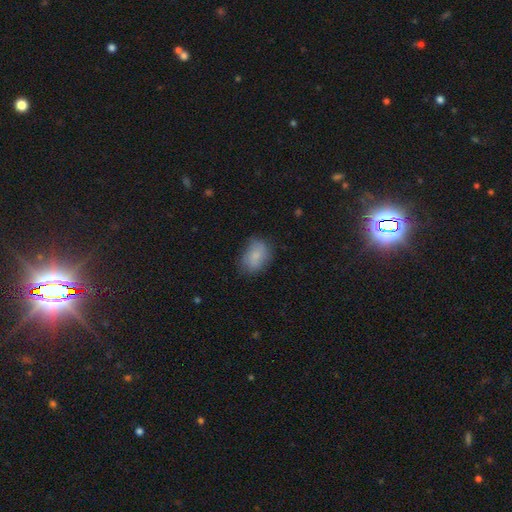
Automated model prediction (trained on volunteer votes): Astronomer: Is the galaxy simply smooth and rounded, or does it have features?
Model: smooth — 80%.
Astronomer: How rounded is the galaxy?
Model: in between — 78%.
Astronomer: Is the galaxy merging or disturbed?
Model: none — 68%.